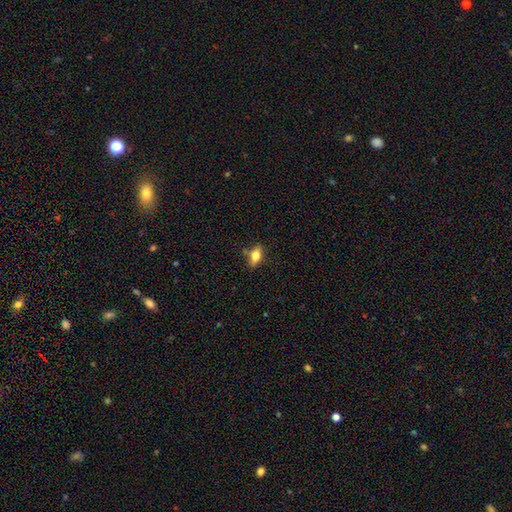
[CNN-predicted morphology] A smooth galaxy with no disk features (69%) that is in between round and cigar-shaped (79%).

Vote fractions:
- Smooth or featured? smooth: 69% / featured or disk: 22% / star or artifact: 8%
- How rounded? in between: 79% / cigar-shaped: 16% / round: 5%
- Merging? none: 74% / minor disturbance: 15% / merger: 7% / major disturbance: 4%